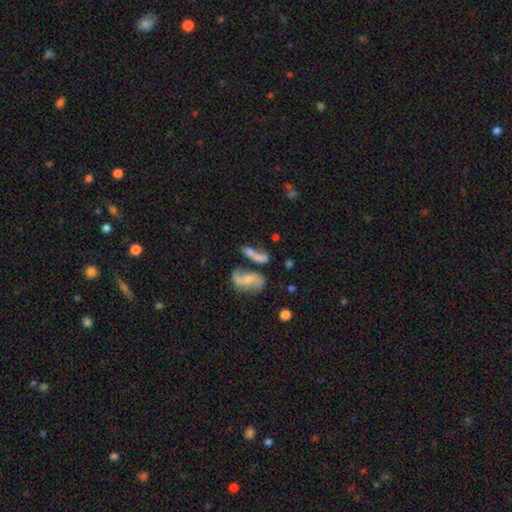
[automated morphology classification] Q: Smooth or featured?
A: smooth (44%); tied with: featured or disk (44%)
Q: Merging?
A: merger (45%); runner-up: none (29%)